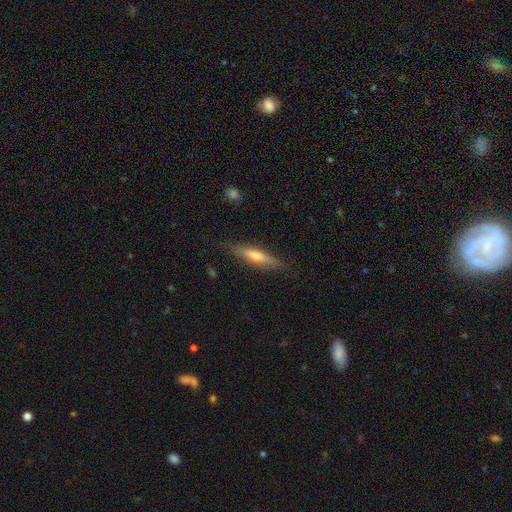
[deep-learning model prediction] Morphology: type=featured or disk (53%); edge-on=yes (92%); merging=none (85%).